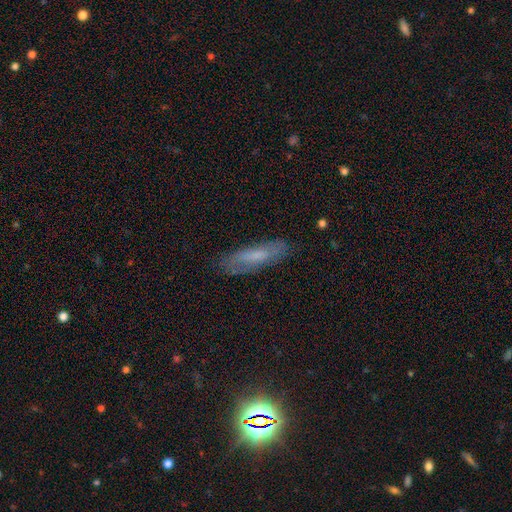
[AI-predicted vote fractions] smooth-or-featured: smooth: 54% | featured or disk: 37% | star or artifact: 9%
  how-rounded: cigar-shaped: 64% | in between: 34% | round: 2%
  merging: none: 78% | minor disturbance: 16% | major disturbance: 5% | merger: 1%